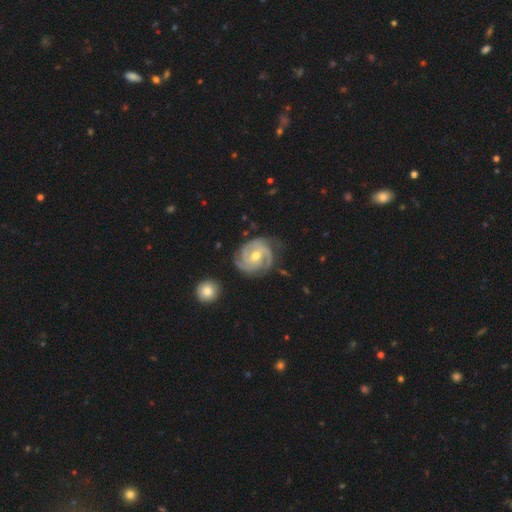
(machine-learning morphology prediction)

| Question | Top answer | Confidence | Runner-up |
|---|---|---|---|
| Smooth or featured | featured or disk | 91% | smooth (5%) |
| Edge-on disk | no | 98% | yes (2%) |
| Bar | no | 51% | weak (38%) |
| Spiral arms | yes | 98% | no (2%) |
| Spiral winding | tight | 65% | medium (30%) |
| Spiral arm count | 3 | 49% | 2 (22%) |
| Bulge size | moderate | 67% | small (29%) |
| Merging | none | 74% | minor disturbance (18%) |